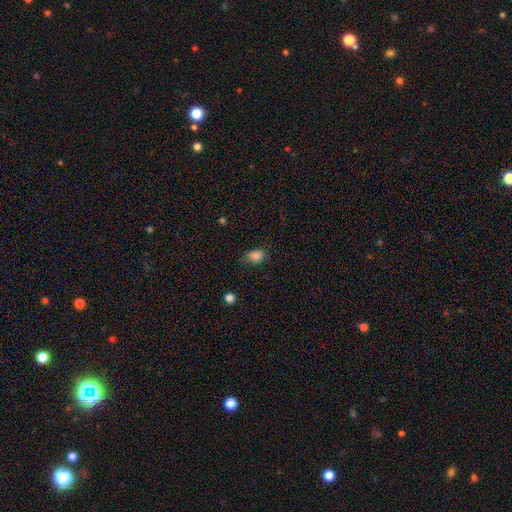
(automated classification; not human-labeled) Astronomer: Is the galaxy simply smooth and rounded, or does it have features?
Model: smooth — 85%.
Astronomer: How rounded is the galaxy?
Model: in between — 77%.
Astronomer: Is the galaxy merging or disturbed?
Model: none — 59%.